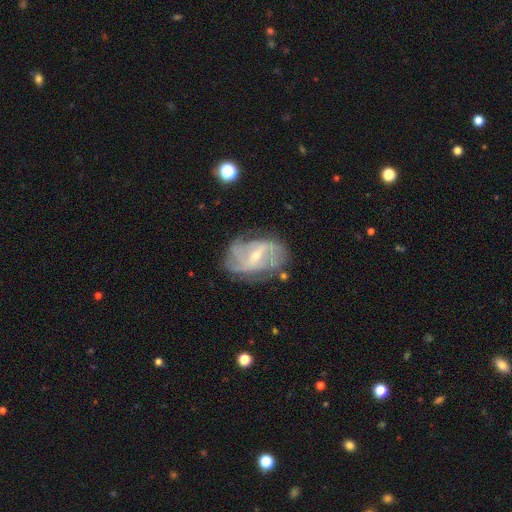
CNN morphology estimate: A featured or disk galaxy (83%) with a weak bar (52%), 2 (40%) medium (43%) spiral arms (90%) and a small central bulge (64%).

Vote fractions:
- Smooth or featured? featured or disk: 83% / smooth: 10% / star or artifact: 6%
- Edge-on disk? no: 97% / yes: 3%
- Bar? weak: 52% / strong: 28% / no: 20%
- Spiral arms? yes: 90% / no: 10%
- Spiral winding? medium: 43% / loose: 29% / tight: 28%
- Spiral arm count? 2: 40% / can't tell: 28% / 3: 15% / 4: 8% / 1: 4% / more than 4: 4%
- Bulge size? small: 64% / moderate: 31% / none: 3% / large: 1% / dominant: 1%
- Merging? none: 63% / minor disturbance: 22% / major disturbance: 12% / merger: 3%